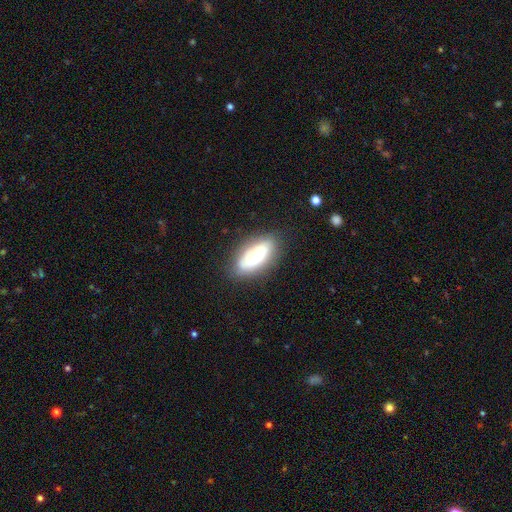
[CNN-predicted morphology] Smooth or featured? Predicted: smooth (p=0.69). How rounded? Predicted: in between (p=0.80). Merging? Predicted: none (p=0.81).